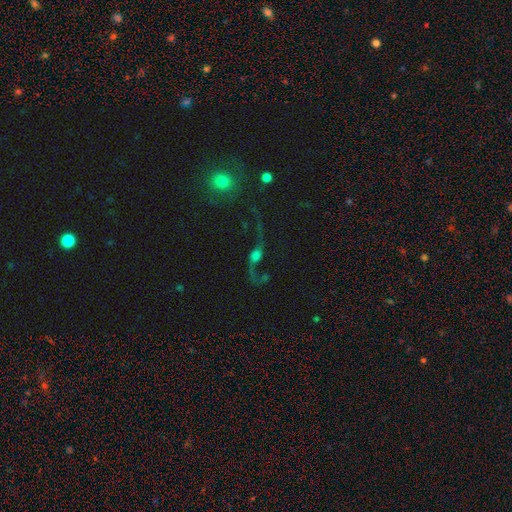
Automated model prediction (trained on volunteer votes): A featured or disk galaxy (73%) with no bar (63%), 2 (84%) loose (93%) spiral arms (88%) and a moderate central bulge (28%).

Vote fractions:
- Smooth or featured? featured or disk: 73% / smooth: 13% / star or artifact: 13%
- Edge-on disk? no: 89% / yes: 11%
- Bar? no: 63% / weak: 26% / strong: 11%
- Spiral arms? yes: 88% / no: 12%
- Spiral winding? loose: 93% / medium: 5% / tight: 2%
- Spiral arm count? 2: 84% / 1: 11% / can't tell: 2% / 3: 1% / 4: 1% / more than 4: 1%
- Bulge size? moderate: 28% / large: 26% / small: 18% / none: 18% / dominant: 9%
- Merging? none: 41% / major disturbance: 34% / minor disturbance: 13% / merger: 12%